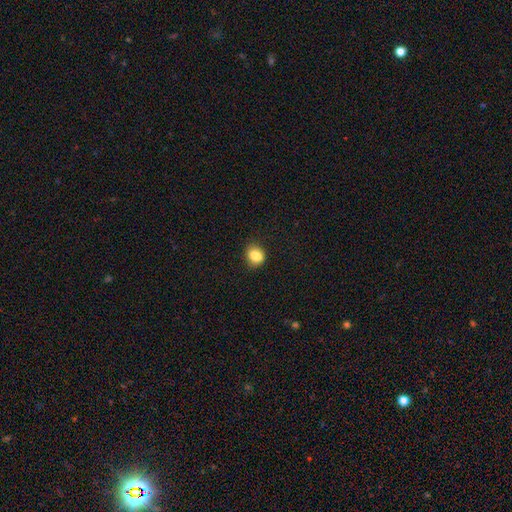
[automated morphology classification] Smooth or featured? smooth (79%)
How rounded? round (52%)
Merging? none (57%)